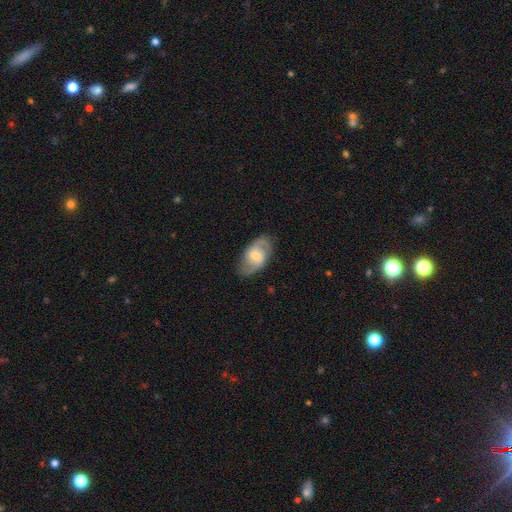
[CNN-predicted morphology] Q: Smooth or featured?
A: featured or disk (68%); runner-up: smooth (26%)
Q: Edge-on disk?
A: no (95%); runner-up: yes (5%)
Q: Bar?
A: no (54%); runner-up: weak (37%)
Q: Spiral arms?
A: yes (86%); runner-up: no (14%)
Q: Spiral winding?
A: medium (50%); runner-up: tight (29%)
Q: Spiral arm count?
A: 2 (85%); runner-up: can't tell (9%)
Q: Bulge size?
A: moderate (50%); runner-up: small (43%)
Q: Merging?
A: none (81%); runner-up: minor disturbance (14%)